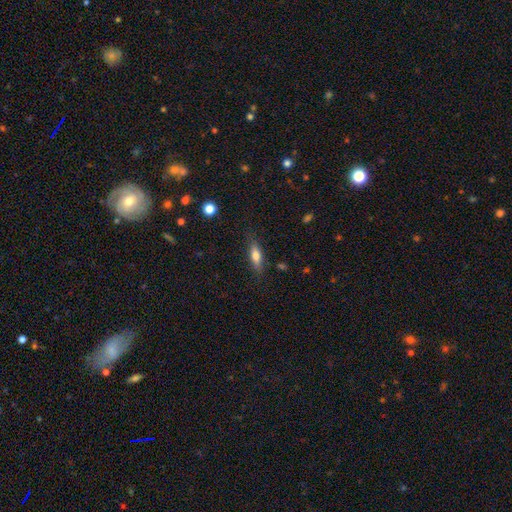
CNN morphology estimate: The model was most divided on "how rounded": in between: 55%, cigar-shaped: 42%, round: 3%. More confident: merging — none (81%); smooth or featured — smooth (71%).